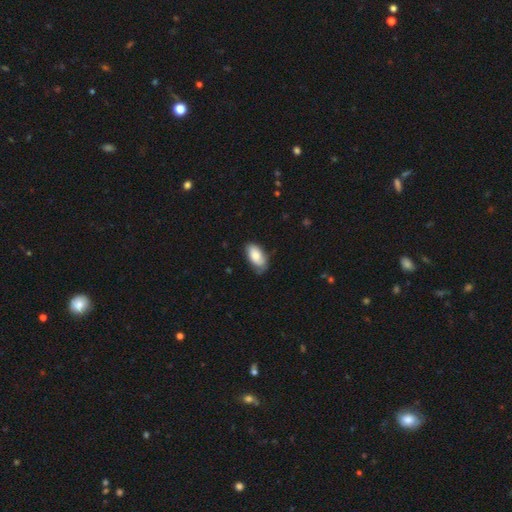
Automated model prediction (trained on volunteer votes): smooth_or_featured: smooth (p=0.78) [alt: featured or disk p=0.16]
how_rounded: in between (p=0.94) [alt: cigar-shaped p=0.03]
merging: none (p=0.65) [alt: minor disturbance p=0.29]